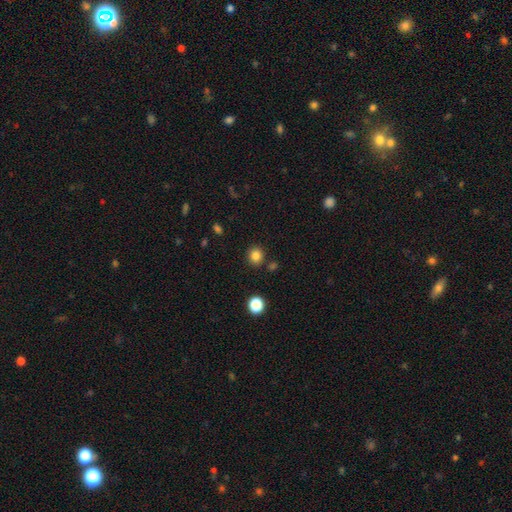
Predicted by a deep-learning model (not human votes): Overall: smooth (83%). How rounded: round (85%). Merging: none (86%).